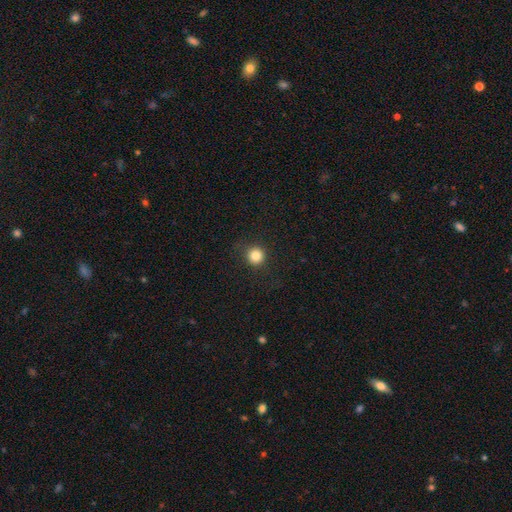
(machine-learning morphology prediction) This appears to be a smooth galaxy with no disk features (83%) that is round (94%). Merging: none (89%).